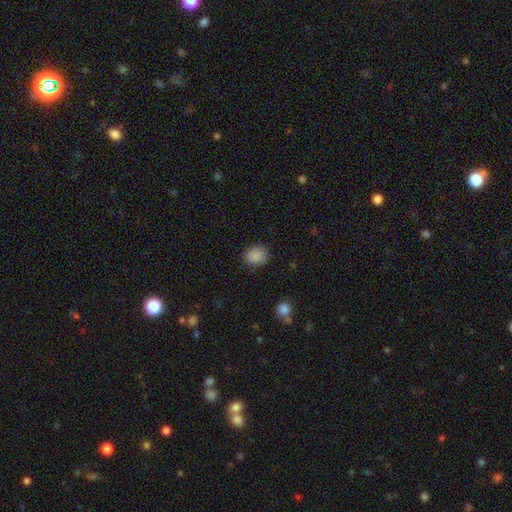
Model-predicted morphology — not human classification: A smooth galaxy with no disk features (87%) that is round (58%). Merging: none (85%).